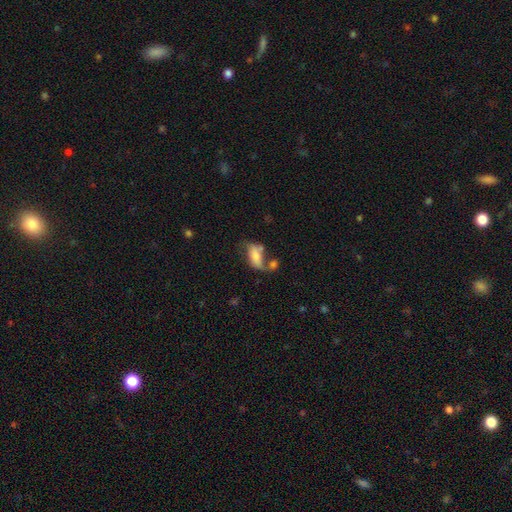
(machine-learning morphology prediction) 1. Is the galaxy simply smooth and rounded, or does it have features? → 57% smooth, 34% featured or disk, 9% star or artifact.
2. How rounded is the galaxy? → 83% in between, 12% cigar-shaped, 4% round.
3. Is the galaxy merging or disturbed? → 32% none, 30% merger, 19% minor disturbance, 19% major disturbance.